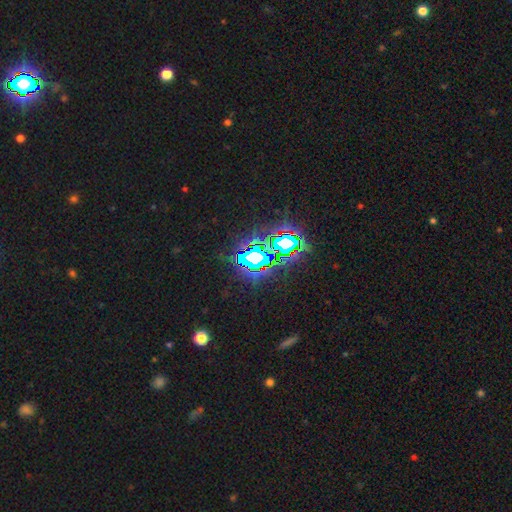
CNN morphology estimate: Smooth or featured? star or artifact (77%)